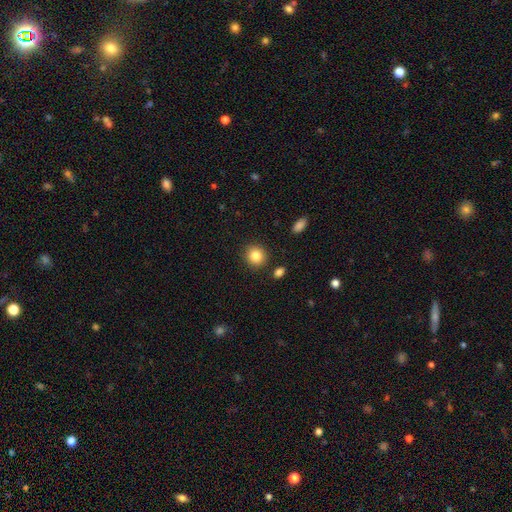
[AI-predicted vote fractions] Smooth or featured? Predicted: smooth (p=0.85). How rounded? Predicted: round (p=0.87). Merging? Predicted: none (p=0.88).